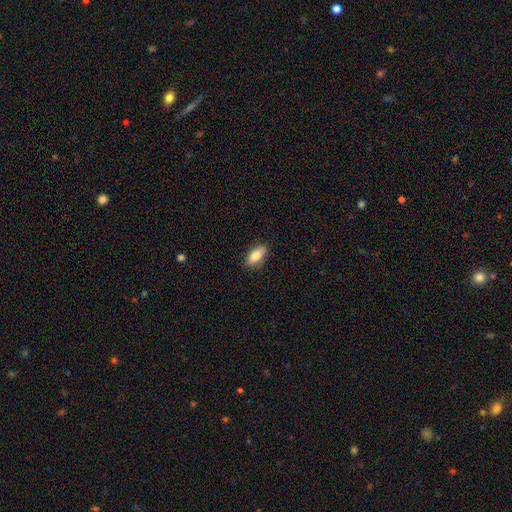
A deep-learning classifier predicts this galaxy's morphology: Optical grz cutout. It shows a smooth galaxy with no disk features (80%) that is in between round and cigar-shaped (82%). Merging: none (87%).